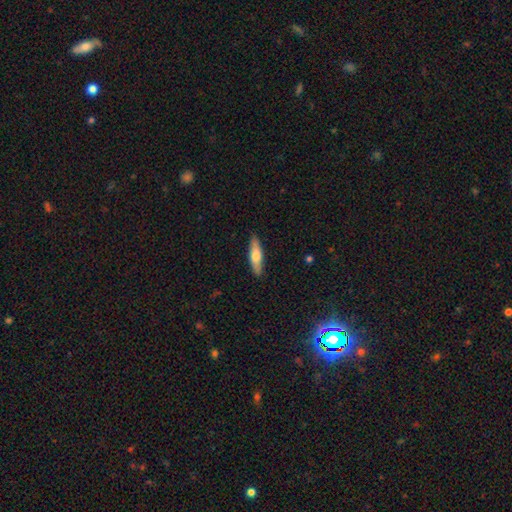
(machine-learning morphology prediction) A smooth galaxy with no disk features (66%) that is cigar-shaped (67%). Merging: none (88%).